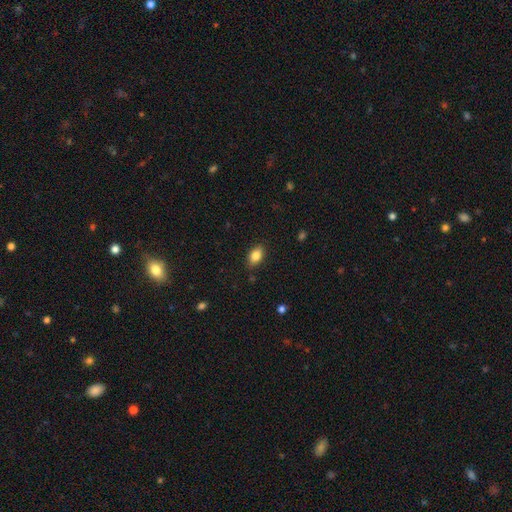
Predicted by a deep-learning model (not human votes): smooth 84%, star or artifact 8%, featured or disk 7%. Down the decision tree: how rounded — in between (88%); merging — none (86%).